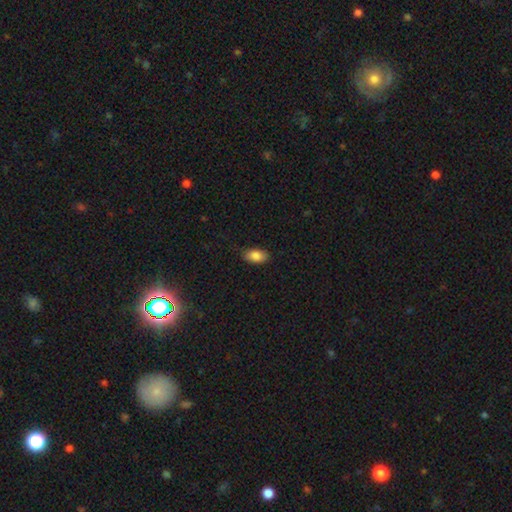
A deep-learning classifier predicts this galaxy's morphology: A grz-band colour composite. It shows a smooth galaxy with no disk features (87%) that is in between round and cigar-shaped (92%). Merging: none (81%).